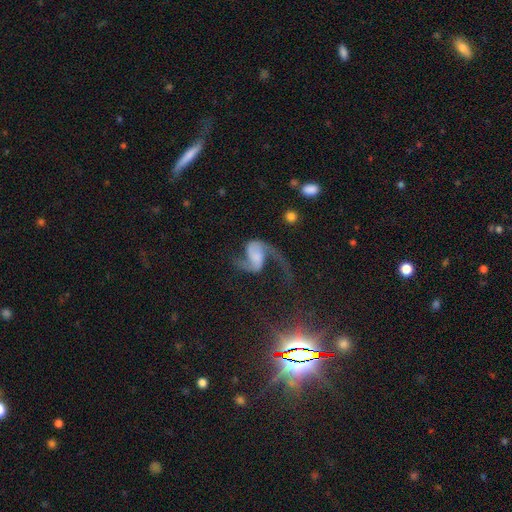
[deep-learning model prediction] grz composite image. It shows a featured or disk galaxy (87%) with no bar (49%), 2 (91%) loose (75%) spiral arms (96%) and no central bulge (43%). Merging: none (54%).